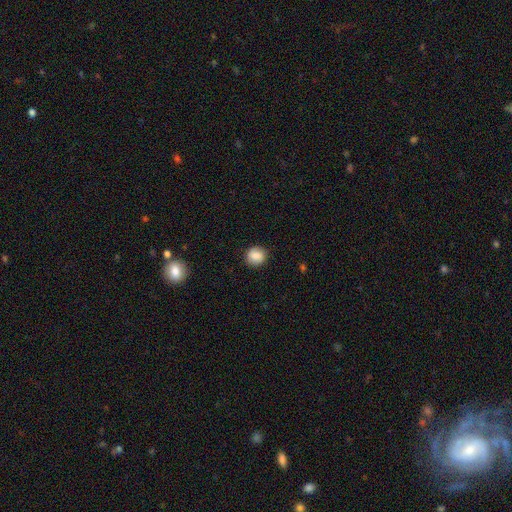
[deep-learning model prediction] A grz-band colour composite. It shows a smooth galaxy with no disk features (86%) that is round (84%). Merging: none (88%).